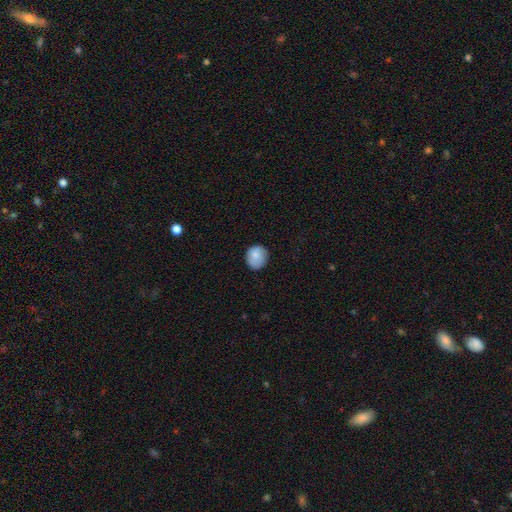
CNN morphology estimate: smooth-or-featured: smooth: 83% | featured or disk: 10% | star or artifact: 8%
  how-rounded: round: 75% | in between: 24% | cigar-shaped: 1%
  merging: none: 80% | minor disturbance: 16% | major disturbance: 3% | merger: 1%